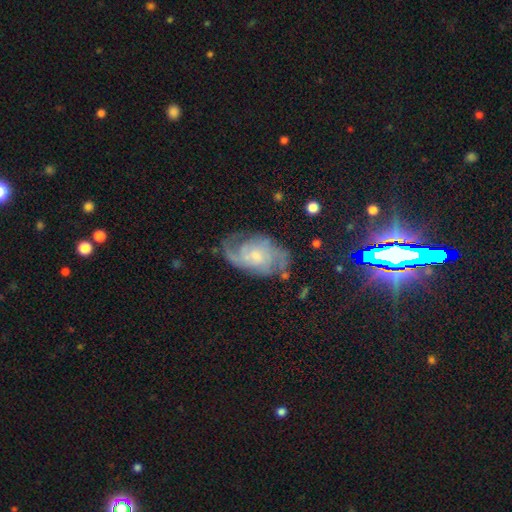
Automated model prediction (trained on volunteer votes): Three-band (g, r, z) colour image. It shows a featured or disk galaxy (80%) with no bar (64%), 2 (48%) medium (44%) spiral arms (94%) and a small central bulge (51%). Merging: none (66%).